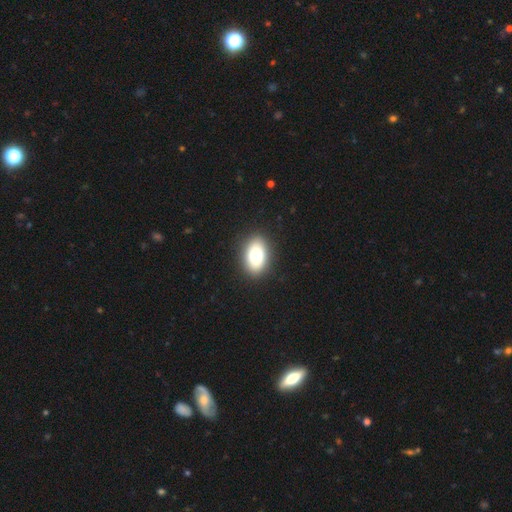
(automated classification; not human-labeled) smooth 76%, featured or disk 15%, star or artifact 8%. Down the decision tree: how rounded — in between (87%); merging — none (90%).